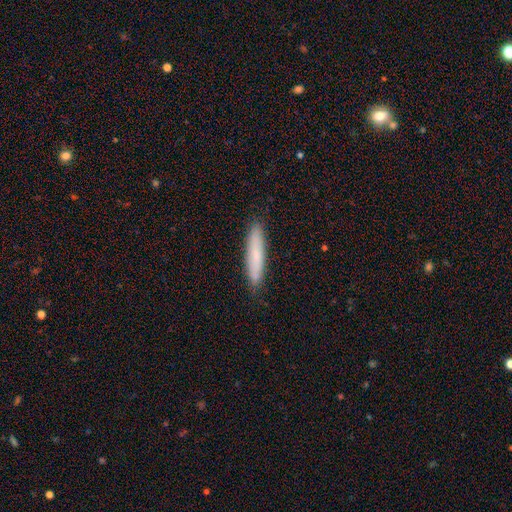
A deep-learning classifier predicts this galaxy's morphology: smooth 73%, featured or disk 21%, star or artifact 6%. Down the decision tree: how rounded — cigar-shaped (90%); merging — none (86%).